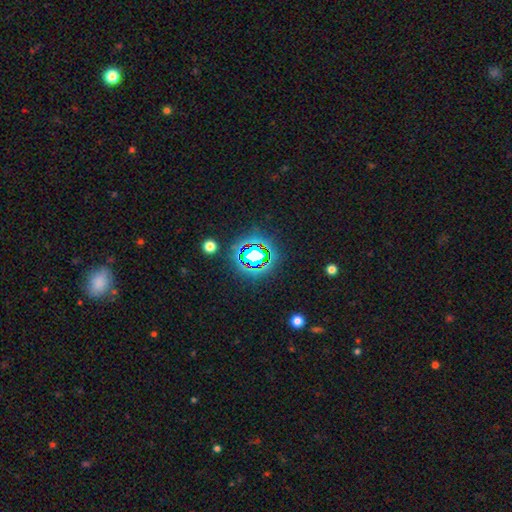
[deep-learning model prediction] smooth_or_featured: star or artifact (p=0.69) [alt: smooth p=0.19]